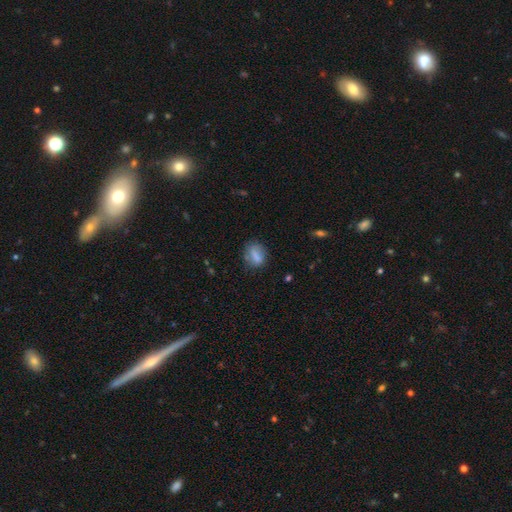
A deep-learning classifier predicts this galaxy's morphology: The model was most divided on "how rounded": in between: 66%, round: 27%, cigar-shaped: 7%. More confident: smooth or featured — smooth (75%); merging — none (66%).